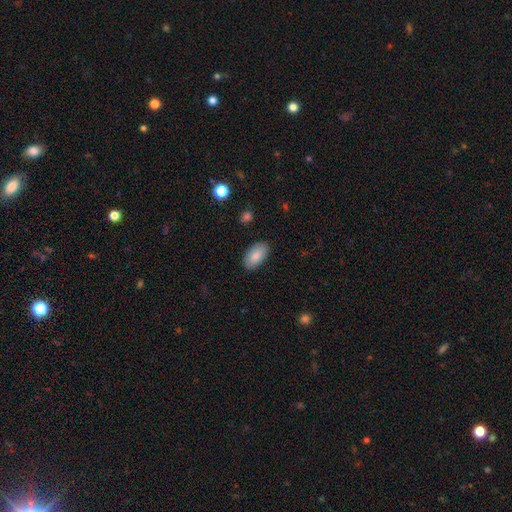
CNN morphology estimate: smooth-or-featured: smooth: 83% | featured or disk: 10% | star or artifact: 6%
  how-rounded: in between: 95% | round: 3% | cigar-shaped: 2%
  merging: none: 86% | minor disturbance: 11% | major disturbance: 2% | merger: 1%